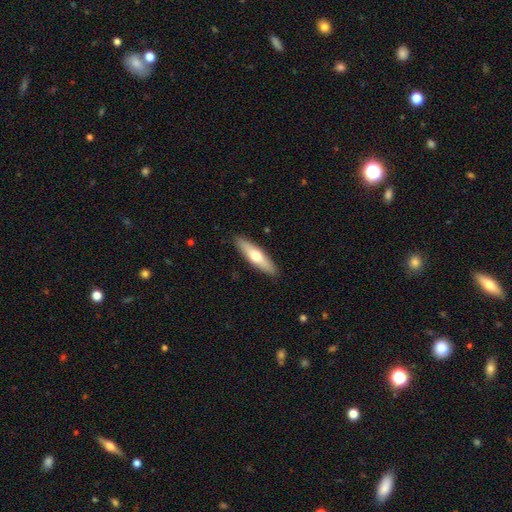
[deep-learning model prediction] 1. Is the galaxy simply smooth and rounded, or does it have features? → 58% smooth, 37% featured or disk, 5% star or artifact.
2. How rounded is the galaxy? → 71% cigar-shaped, 28% in between, 2% round.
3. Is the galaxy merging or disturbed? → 90% none, 7% minor disturbance, 2% major disturbance, 1% merger.